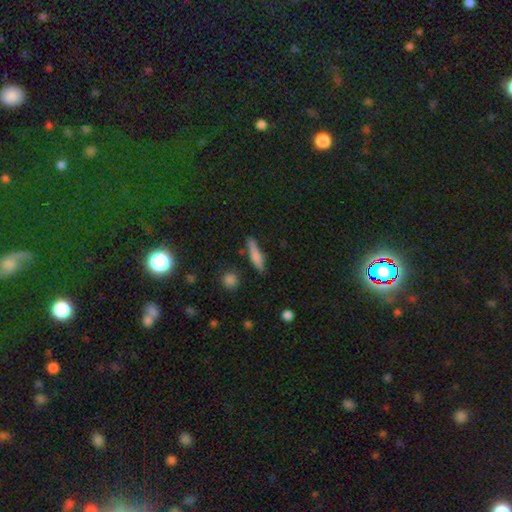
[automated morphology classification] smooth-or-featured: smooth: 75% | featured or disk: 17% | star or artifact: 8%
  how-rounded: cigar-shaped: 77% | in between: 21% | round: 3%
  merging: none: 74% | minor disturbance: 17% | merger: 5% | major disturbance: 4%